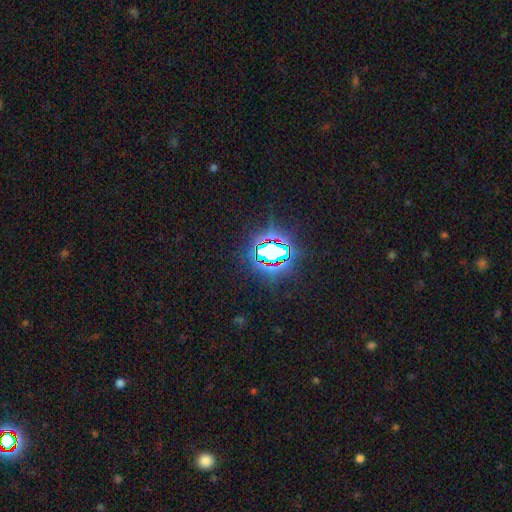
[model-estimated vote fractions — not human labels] Smooth or featured? star or artifact (84%)